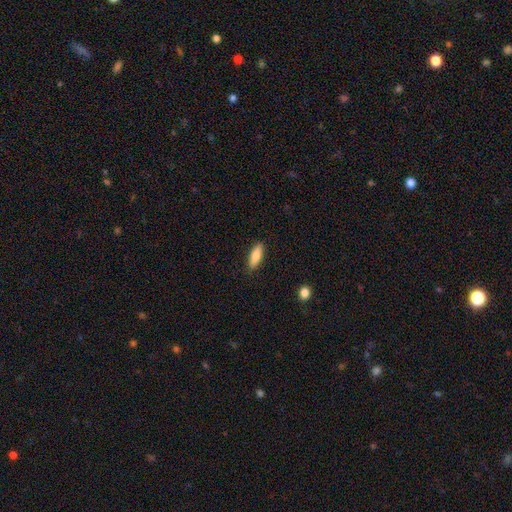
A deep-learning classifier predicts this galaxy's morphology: smooth-or-featured: smooth: 82% | featured or disk: 11% | star or artifact: 6%
  how-rounded: in between: 59% | cigar-shaped: 39% | round: 2%
  merging: none: 87% | minor disturbance: 10% | major disturbance: 2% | merger: 1%